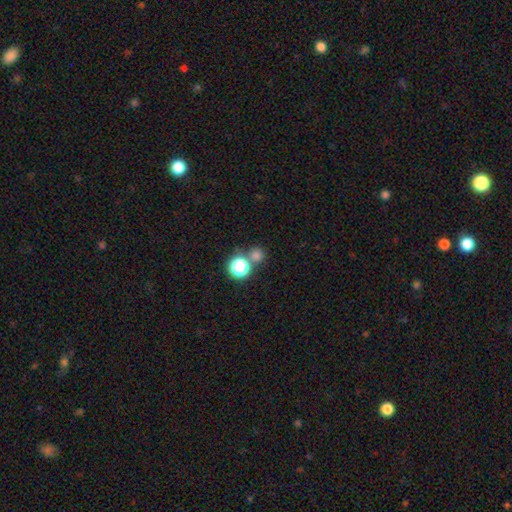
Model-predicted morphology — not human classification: Smooth or featured: smooth — 69% (star or artifact — 24%)
How rounded: round — 90% (in between — 9%)
Merging: none — 67% (merger — 23%)